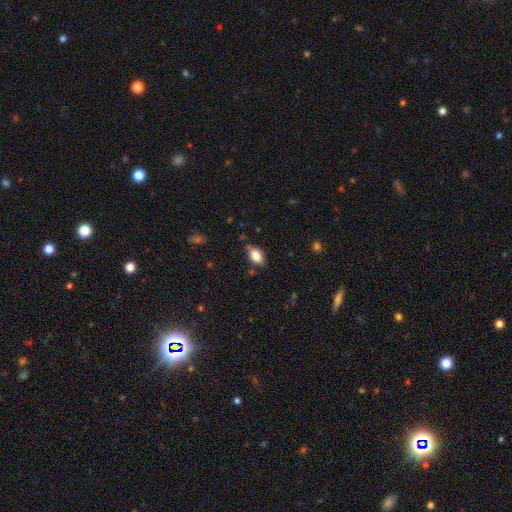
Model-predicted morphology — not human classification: Smooth or featured?
  - smooth: 84% *
  - star or artifact: 8%
  - featured or disk: 8%
How rounded?
  - in between: 88% *
  - round: 10%
  - cigar-shaped: 2%
Merging?
  - none: 74% *
  - minor disturbance: 19%
  - major disturbance: 4%
  - merger: 2%